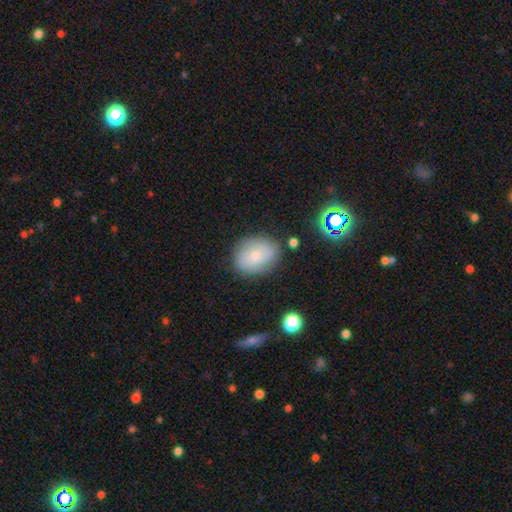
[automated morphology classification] smooth-or-featured: smooth: 63% | featured or disk: 27% | star or artifact: 10%
  how-rounded: in between: 57% | round: 42% | cigar-shaped: 1%
  merging: none: 78% | minor disturbance: 15% | major disturbance: 4% | merger: 3%